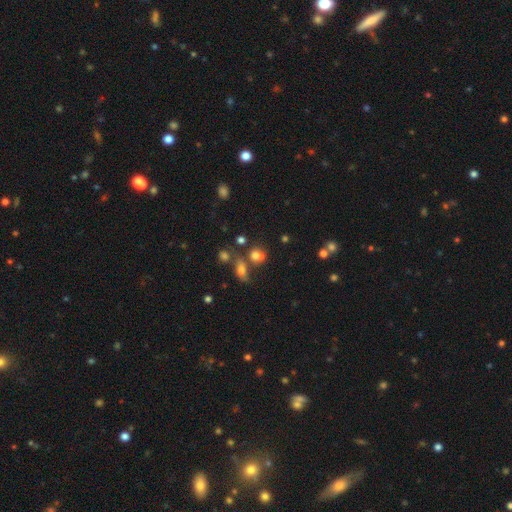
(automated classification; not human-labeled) A smooth galaxy with no disk features (72%) that is round (61%).

Vote fractions:
- Smooth or featured? smooth: 72% / star or artifact: 17% / featured or disk: 11%
- How rounded? round: 61% / in between: 36% / cigar-shaped: 2%
- Merging? none: 52% / merger: 26% / minor disturbance: 15% / major disturbance: 7%